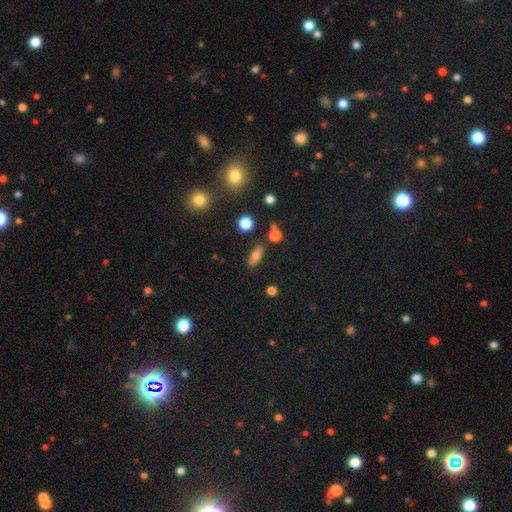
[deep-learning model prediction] Smooth or featured? smooth (73%)
How rounded? in between (76%)
Merging? none (80%)